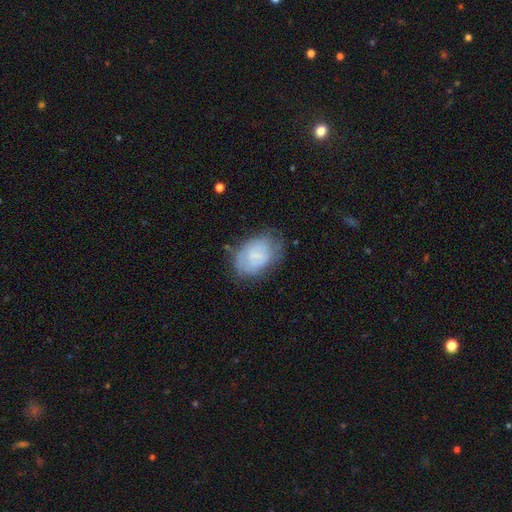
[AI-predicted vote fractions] The model was most divided on "smooth or featured": smooth: 58%, featured or disk: 34%, star or artifact: 9%. More confident: how rounded — in between (81%); merging — none (59%).